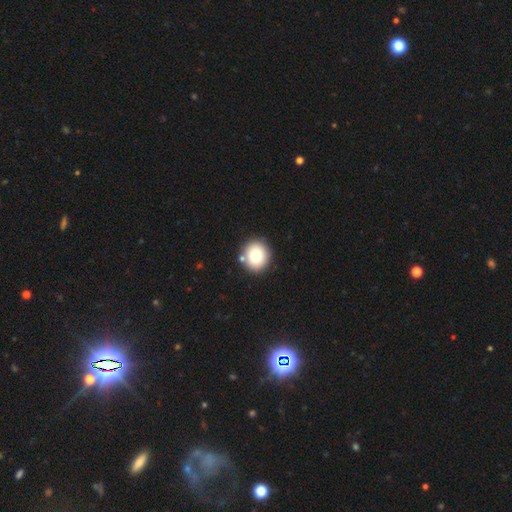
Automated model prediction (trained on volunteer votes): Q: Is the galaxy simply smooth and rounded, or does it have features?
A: smooth — 79%.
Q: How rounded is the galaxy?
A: round — 84%.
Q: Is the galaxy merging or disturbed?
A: none — 82%.